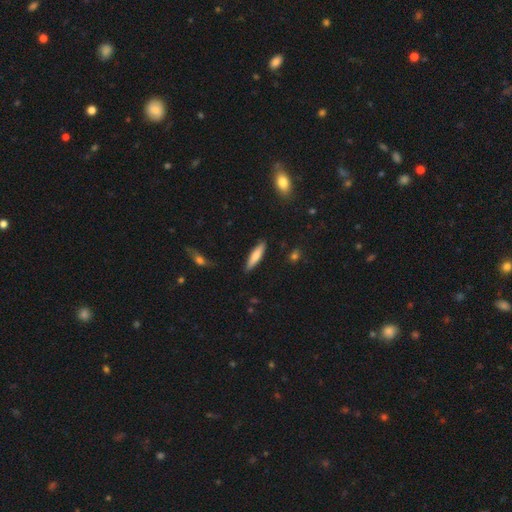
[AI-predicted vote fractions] smooth 72%, featured or disk 22%, star or artifact 6%. Down the decision tree: how rounded — cigar-shaped (79%); merging — none (88%).